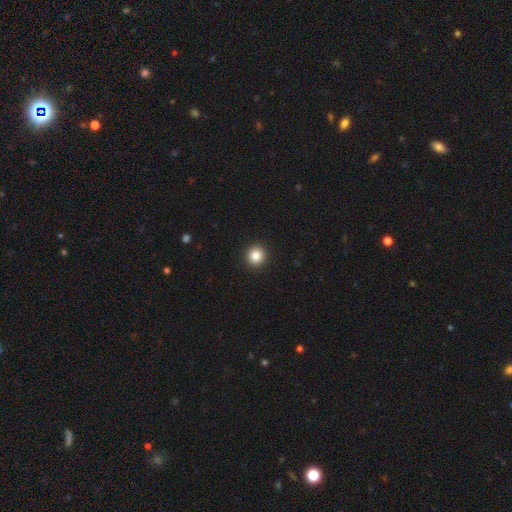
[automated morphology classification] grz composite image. It shows a smooth galaxy with no disk features (84%) that is round (94%). Merging: none (94%).